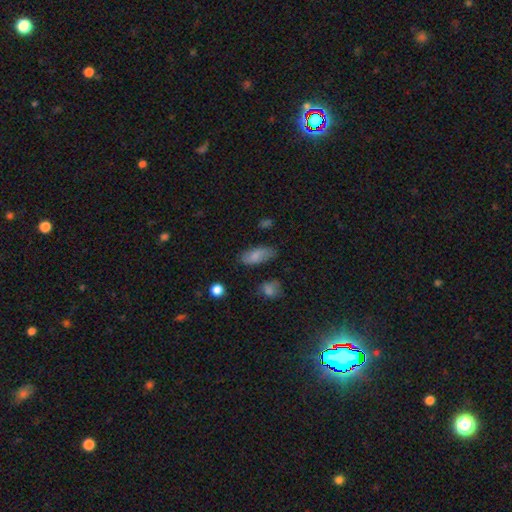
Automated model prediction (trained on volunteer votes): Smooth or featured?
  - smooth: 75% *
  - featured or disk: 17%
  - star or artifact: 8%
How rounded?
  - in between: 87% *
  - cigar-shaped: 10%
  - round: 3%
Merging?
  - none: 71% *
  - minor disturbance: 20%
  - major disturbance: 6%
  - merger: 3%